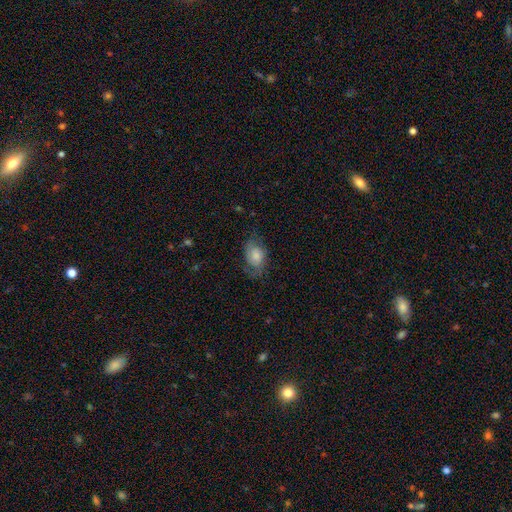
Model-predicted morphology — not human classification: Smooth or featured? Predicted: smooth (p=0.56). How rounded? Predicted: in between (p=0.84). Merging? Predicted: none (p=0.57).